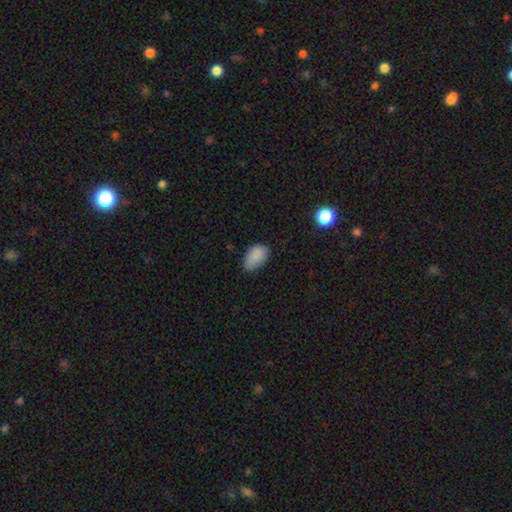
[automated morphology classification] The model was most divided on "merging": none: 60%, minor disturbance: 33%, major disturbance: 5%, merger: 1%. More confident: how rounded — in between (91%); smooth or featured — smooth (87%).